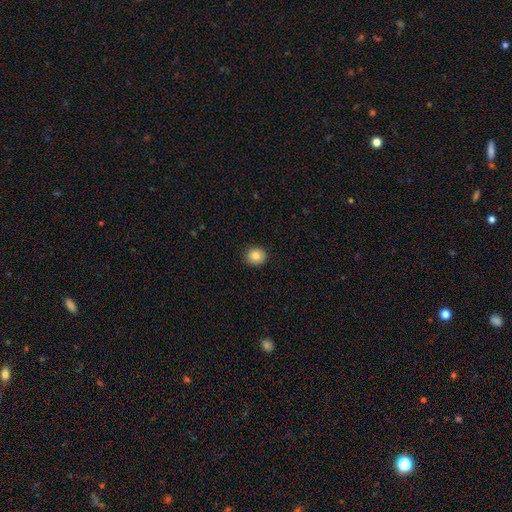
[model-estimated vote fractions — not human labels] This appears to be a smooth galaxy with no disk features (83%) that is round (88%). Merging: none (91%).